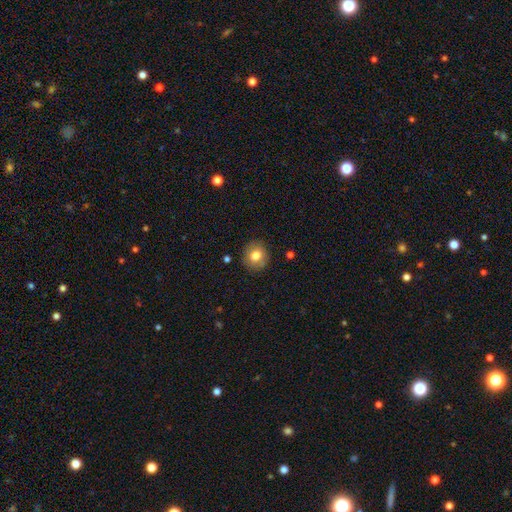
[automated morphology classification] This is likely a smooth galaxy (78%). How rounded: clearly round (85%). Merging: clearly none (86%).